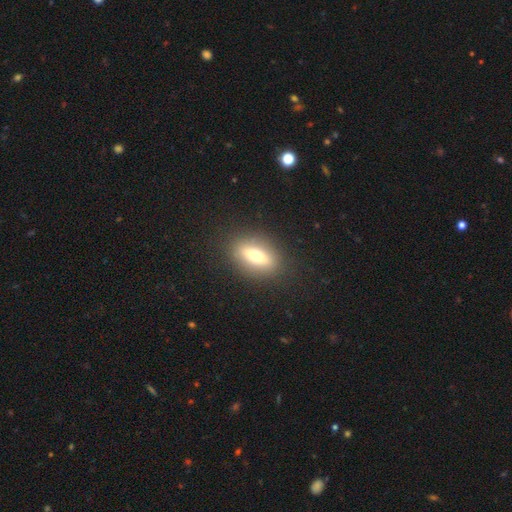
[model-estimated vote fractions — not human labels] smooth_or_featured: smooth (p=0.58) [alt: featured or disk p=0.33]
how_rounded: in between (p=0.69) [alt: cigar-shaped p=0.23]
merging: none (p=0.87) [alt: minor disturbance p=0.09]